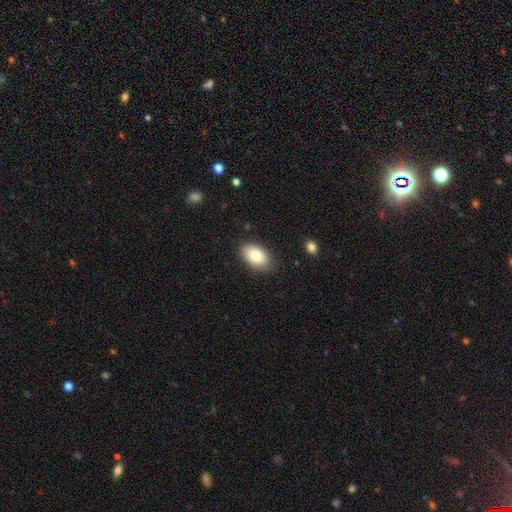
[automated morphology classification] type=smooth (82%); roundness=in between (93%); merging=none (85%).